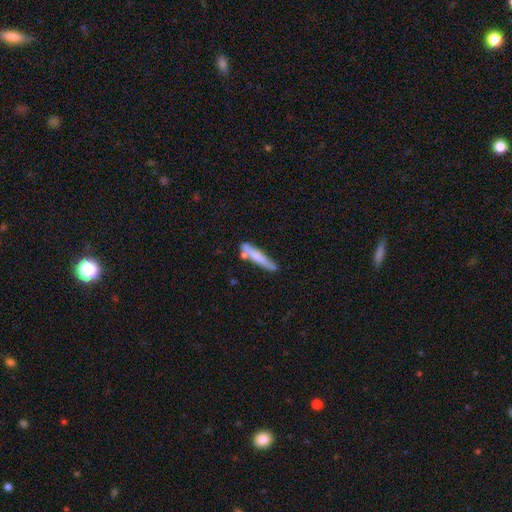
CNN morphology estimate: Smooth or featured? smooth (64%)
How rounded? cigar-shaped (92%)
Merging? none (64%)